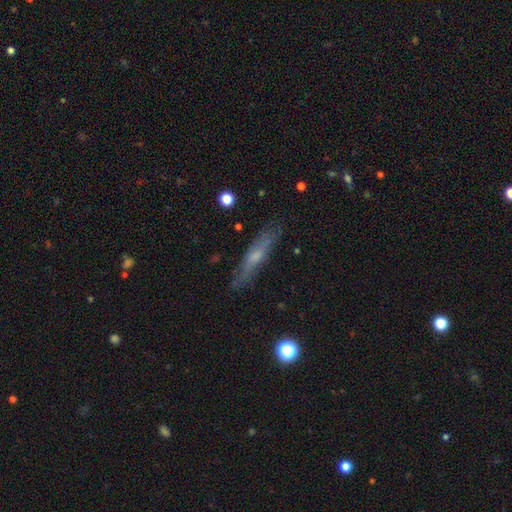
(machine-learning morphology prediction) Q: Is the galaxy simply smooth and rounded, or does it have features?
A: featured or disk — 53%.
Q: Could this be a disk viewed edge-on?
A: yes — 78%.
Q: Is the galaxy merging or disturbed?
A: none — 81%.